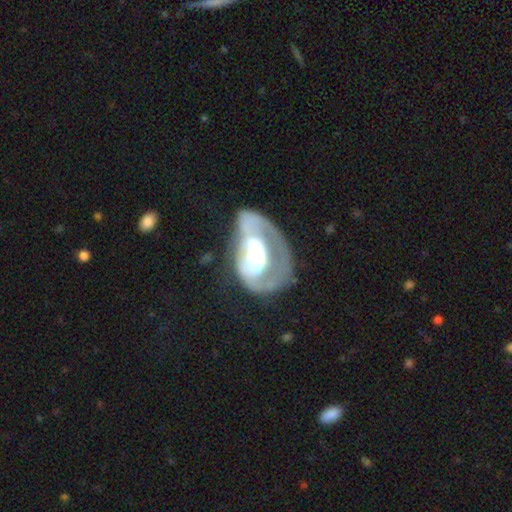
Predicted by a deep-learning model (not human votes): The model was most divided on "merging" (2-way tie): none: 35%, major disturbance: 35%, minor disturbance: 24%, merger: 5%. Remaining: edge-on disk — no (96%); smooth or featured — featured or disk (74%); spiral arms — yes (65%); bulge size — large (44%); bar — no (35%).